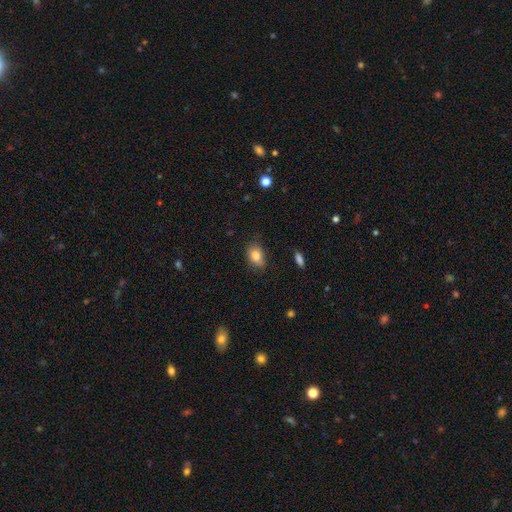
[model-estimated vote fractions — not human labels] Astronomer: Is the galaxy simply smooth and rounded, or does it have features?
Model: smooth — 83%.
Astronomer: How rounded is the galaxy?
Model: in between — 78%.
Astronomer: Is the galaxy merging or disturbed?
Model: none — 77%.